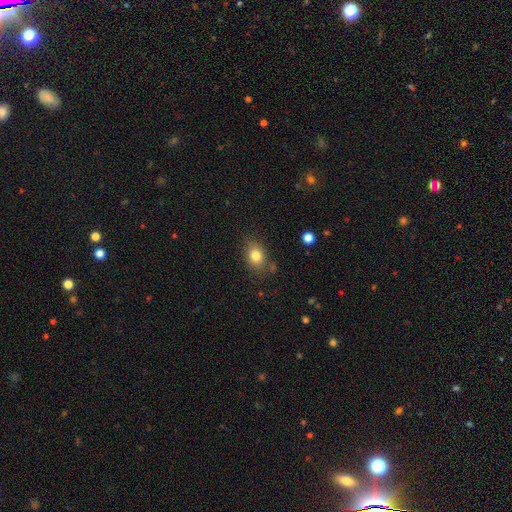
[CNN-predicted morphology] This appears to be a smooth galaxy with no disk features (80%) that is in between round and cigar-shaped (63%). Merging: none (77%).